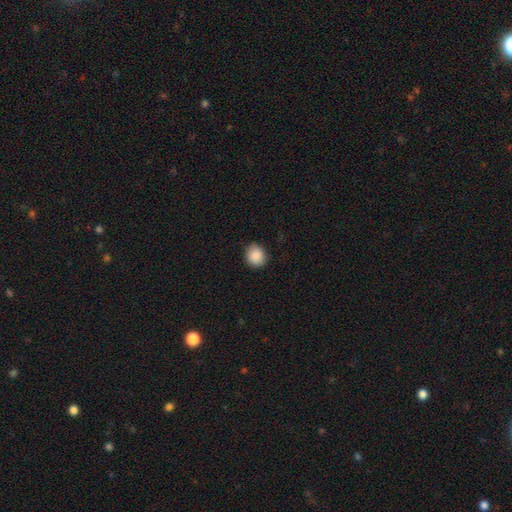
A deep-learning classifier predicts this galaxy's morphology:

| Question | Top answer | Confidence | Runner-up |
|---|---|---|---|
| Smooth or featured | smooth | 89% | star or artifact (8%) |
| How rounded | round | 72% | in between (27%) |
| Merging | none | 85% | minor disturbance (12%) |